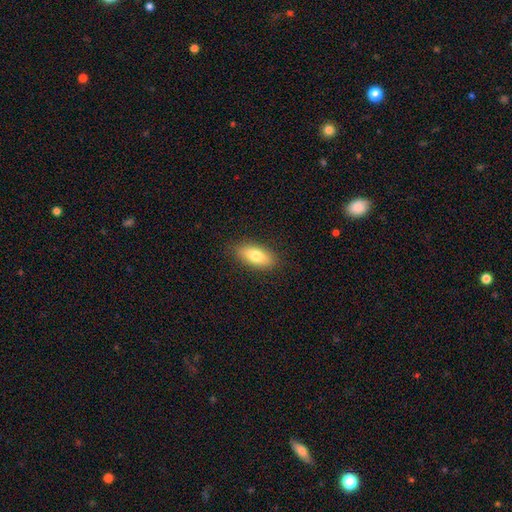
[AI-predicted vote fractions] This appears to be a smooth galaxy with no disk features (78%) that is in between round and cigar-shaped (82%). Merging: none (88%).